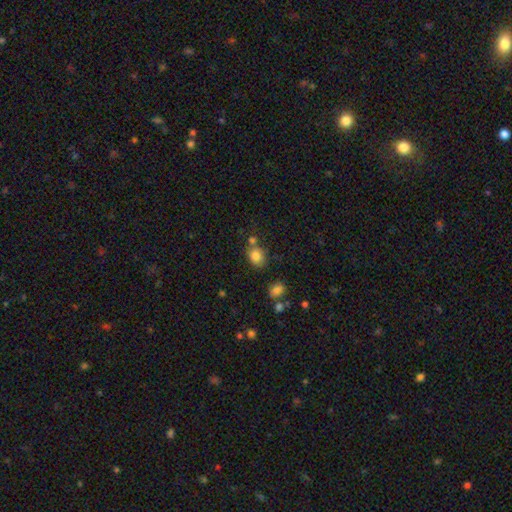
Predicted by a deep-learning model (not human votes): Smooth or featured?
  - smooth: 82% *
  - star or artifact: 11%
  - featured or disk: 7%
How rounded?
  - round: 54% *
  - in between: 45%
  - cigar-shaped: 1%
Merging?
  - none: 62% *
  - merger: 18%
  - minor disturbance: 15%
  - major disturbance: 5%